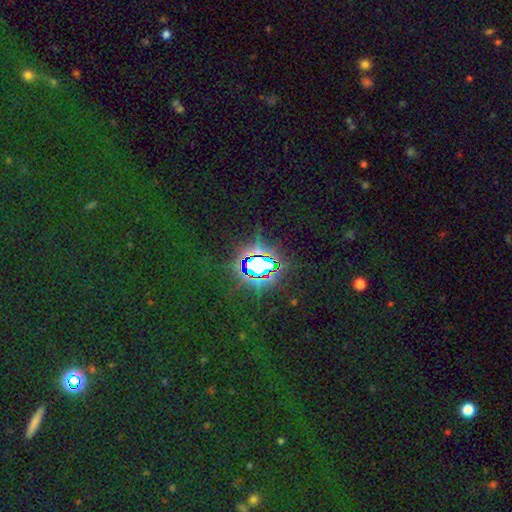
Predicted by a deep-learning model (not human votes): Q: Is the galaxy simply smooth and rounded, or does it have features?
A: star or artifact — 77%.